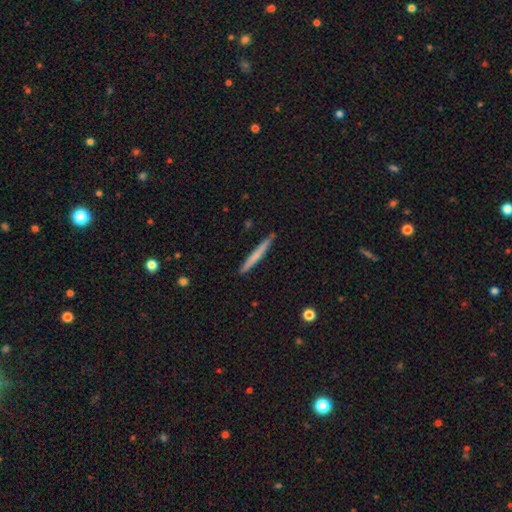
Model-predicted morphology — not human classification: A smooth galaxy with no disk features (64%) that is cigar-shaped (97%).

Vote fractions:
- Smooth or featured? smooth: 64% / featured or disk: 31% / star or artifact: 5%
- How rounded? cigar-shaped: 97% / in between: 2% / round: 1%
- Merging? none: 90% / minor disturbance: 7% / merger: 1% / major disturbance: 1%